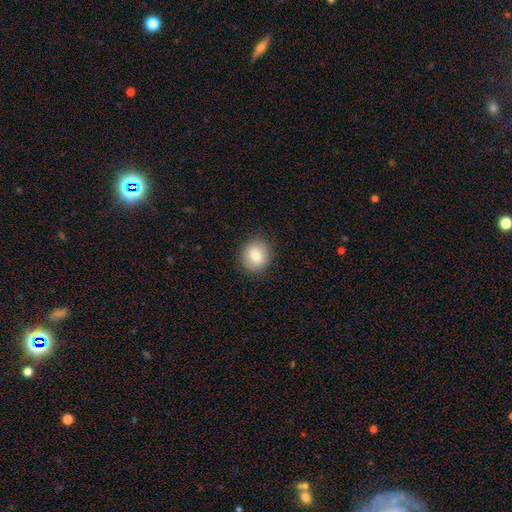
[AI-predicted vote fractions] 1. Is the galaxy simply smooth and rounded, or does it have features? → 80% smooth, 12% featured or disk, 9% star or artifact.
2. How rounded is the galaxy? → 80% round, 20% in between, 1% cigar-shaped.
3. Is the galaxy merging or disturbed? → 88% none, 8% minor disturbance, 3% major disturbance, 1% merger.